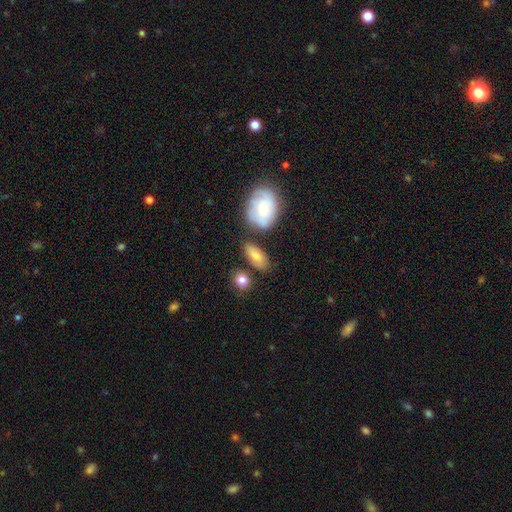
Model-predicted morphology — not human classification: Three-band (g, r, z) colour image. It shows a smooth galaxy with no disk features (75%) that is in between round and cigar-shaped (86%). Merging: none (71%).